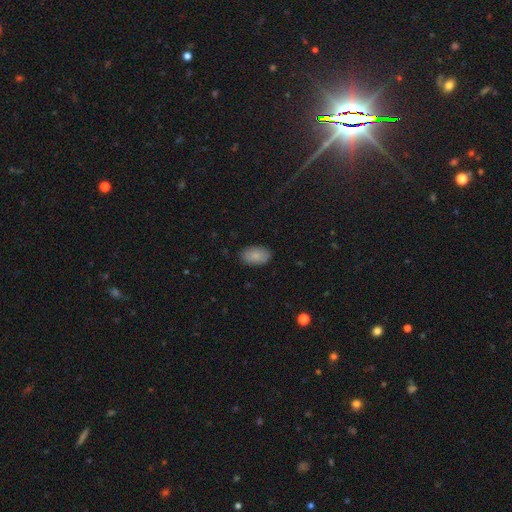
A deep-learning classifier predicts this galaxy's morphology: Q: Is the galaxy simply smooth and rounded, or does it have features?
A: smooth — 85%.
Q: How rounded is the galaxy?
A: in between — 92%.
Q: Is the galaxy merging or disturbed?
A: none — 87%.